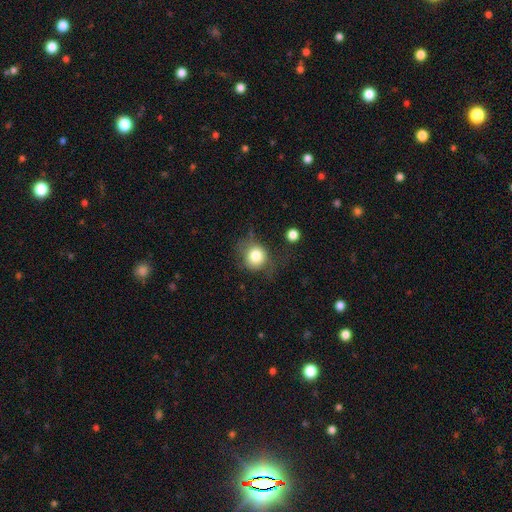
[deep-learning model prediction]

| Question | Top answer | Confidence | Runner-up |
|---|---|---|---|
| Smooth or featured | smooth | 79% | featured or disk (11%) |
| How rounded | round | 82% | in between (17%) |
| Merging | none | 56% | minor disturbance (25%) |